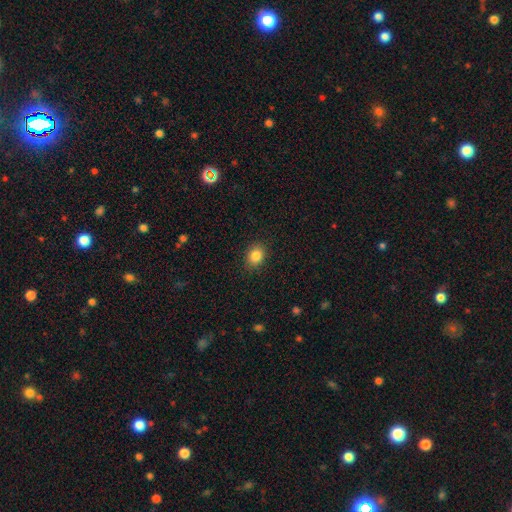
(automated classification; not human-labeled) The model was most divided on "how rounded": round: 51%, in between: 48%, cigar-shaped: 1%. More confident: merging — none (88%); smooth or featured — smooth (85%).